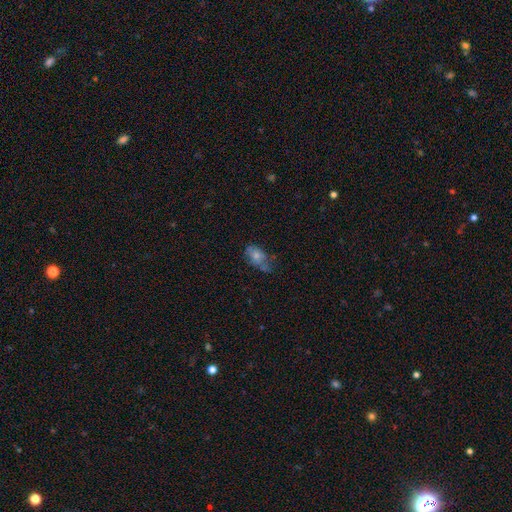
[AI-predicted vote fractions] A smooth galaxy with no disk features (50%) that is in between round and cigar-shaped (77%). Merging: none (51%).